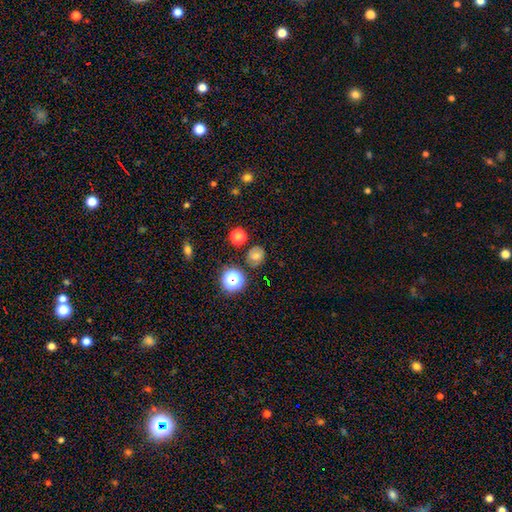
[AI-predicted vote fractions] Q: Smooth or featured?
A: smooth (52%); runner-up: star or artifact (30%)
Q: How rounded?
A: round (77%); runner-up: in between (22%)
Q: Merging?
A: none (81%); runner-up: minor disturbance (11%)